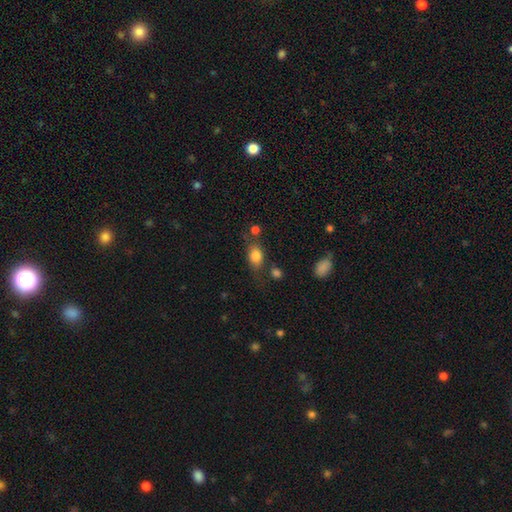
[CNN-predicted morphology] Smooth or featured? smooth (81%)
How rounded? in between (70%)
Merging? none (58%)